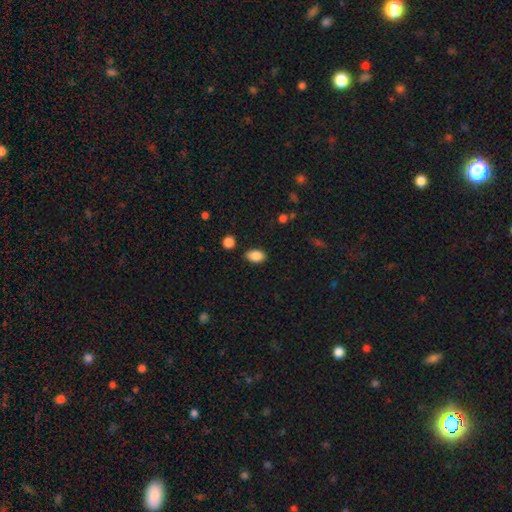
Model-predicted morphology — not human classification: Smooth or featured?
  - smooth: 88% *
  - star or artifact: 8%
  - featured or disk: 4%
How rounded?
  - in between: 88% *
  - round: 10%
  - cigar-shaped: 1%
Merging?
  - none: 84% *
  - minor disturbance: 11%
  - major disturbance: 3%
  - merger: 2%